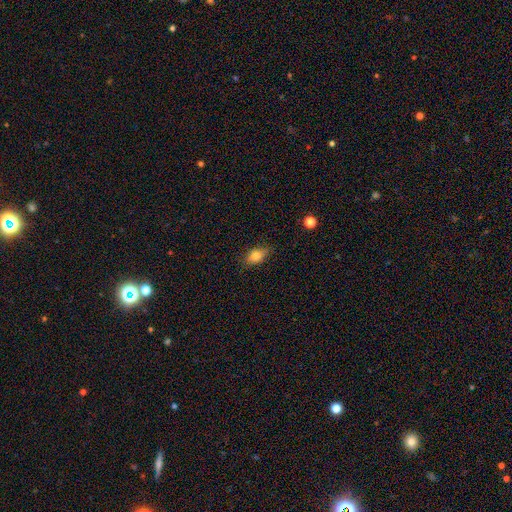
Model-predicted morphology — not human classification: Smooth or featured?
  - smooth: 80% *
  - featured or disk: 11%
  - star or artifact: 9%
How rounded?
  - in between: 79% *
  - round: 16%
  - cigar-shaped: 5%
Merging?
  - none: 76% *
  - minor disturbance: 19%
  - major disturbance: 4%
  - merger: 1%